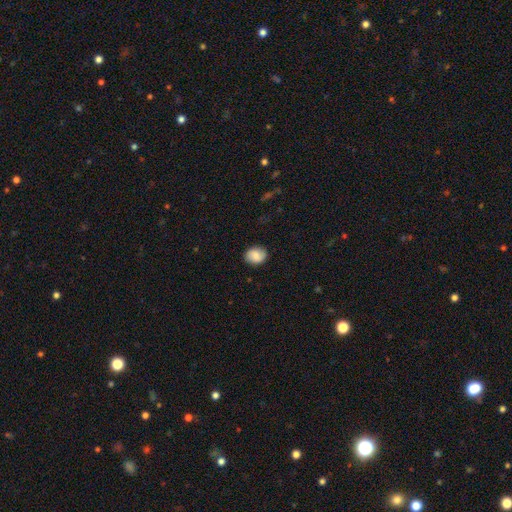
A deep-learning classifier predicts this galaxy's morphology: Q: Smooth or featured?
A: smooth (73%); runner-up: featured or disk (19%)
Q: How rounded?
A: round (56%); runner-up: in between (43%)
Q: Merging?
A: none (85%); runner-up: minor disturbance (11%)